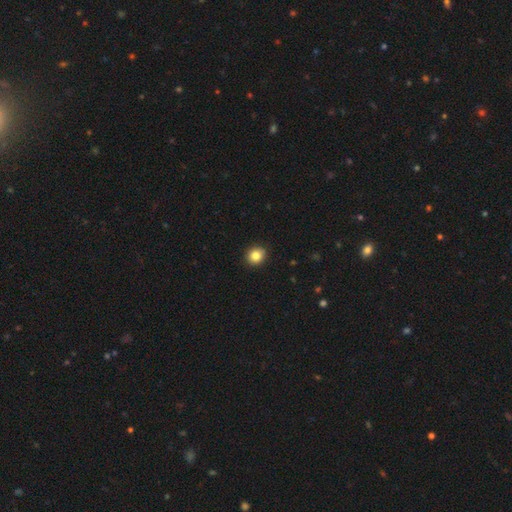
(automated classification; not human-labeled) Smooth or featured?
  - smooth: 85% *
  - star or artifact: 10%
  - featured or disk: 5%
How rounded?
  - round: 74% *
  - in between: 25%
  - cigar-shaped: 1%
Merging?
  - none: 92% *
  - minor disturbance: 6%
  - major disturbance: 2%
  - merger: 1%